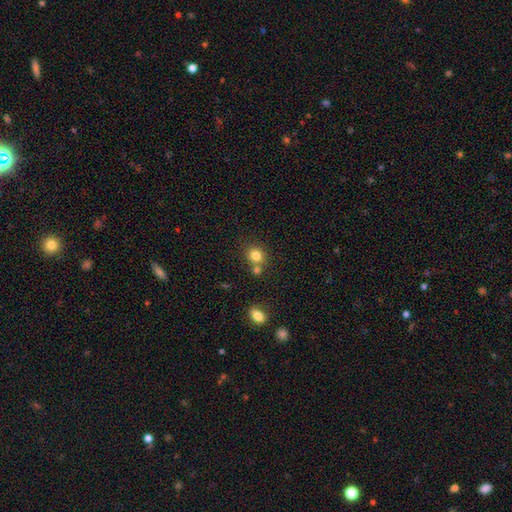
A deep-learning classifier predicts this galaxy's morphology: Smooth or featured? Predicted: smooth (p=0.81). How rounded? Predicted: round (p=0.80). Merging? Predicted: none (p=0.61).